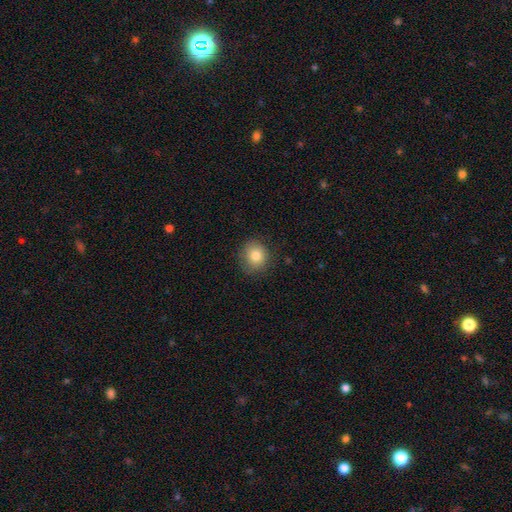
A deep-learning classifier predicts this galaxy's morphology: Q: Smooth or featured?
A: smooth (81%); runner-up: star or artifact (10%)
Q: How rounded?
A: round (79%); runner-up: in between (20%)
Q: Merging?
A: none (84%); runner-up: minor disturbance (12%)